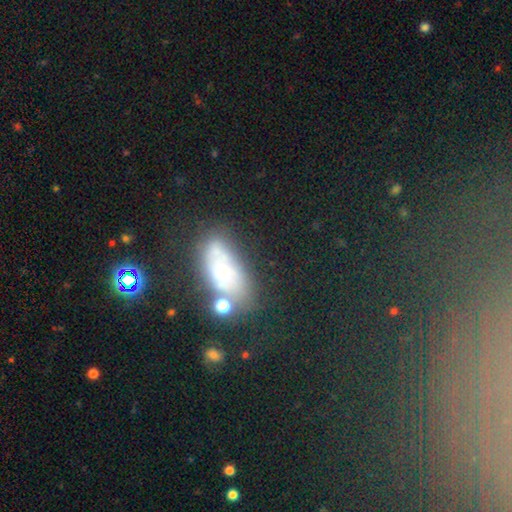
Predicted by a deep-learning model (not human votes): Smooth or featured?
  - smooth: 47% *
  - featured or disk: 31%
  - star or artifact: 22%
Merging?
  - none: 56% *
  - minor disturbance: 20%
  - merger: 12%
  - major disturbance: 12%